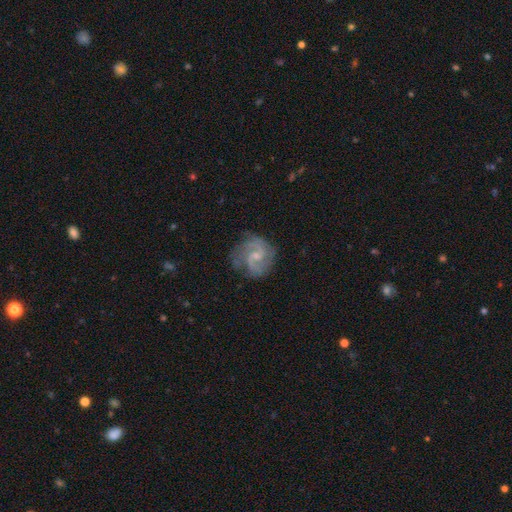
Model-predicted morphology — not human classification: Smooth or featured? Predicted: featured or disk (p=0.84). Edge-on disk? Predicted: no (p=0.98). Bar? Predicted: weak (p=0.50). Spiral arms? Predicted: yes (p=0.96). Spiral winding? Predicted: medium (p=0.55). Spiral arm count? Predicted: 2 (p=0.76). Bulge size? Predicted: small (p=0.59). Merging? Predicted: none (p=0.70).